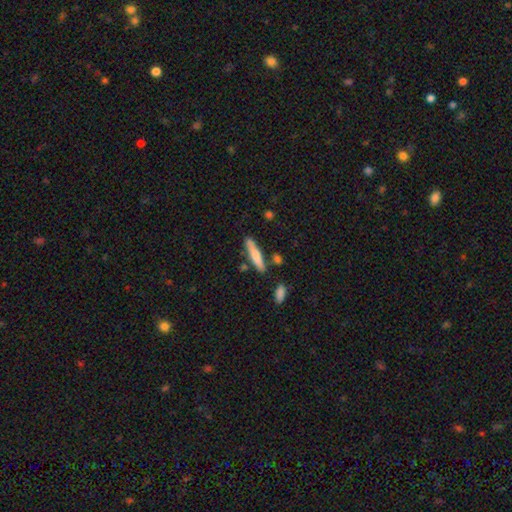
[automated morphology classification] Q: Smooth or featured?
A: smooth (69%); runner-up: featured or disk (25%)
Q: How rounded?
A: cigar-shaped (85%); runner-up: in between (13%)
Q: Merging?
A: none (76%); runner-up: minor disturbance (14%)